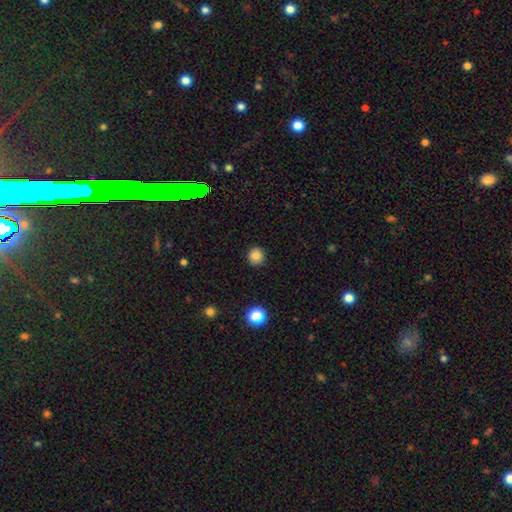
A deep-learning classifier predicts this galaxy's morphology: This is clearly a smooth galaxy (83%). How rounded: clearly round (93%). Merging: clearly none (92%).